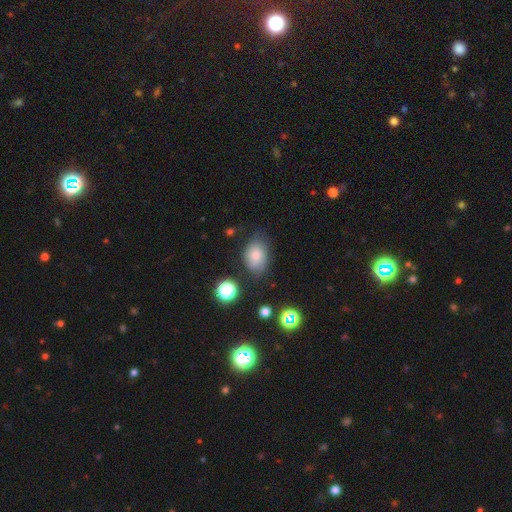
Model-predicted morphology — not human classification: Overall: smooth (71%). How rounded: in between (79%). Merging: none (61%; minor disturbance 27%).